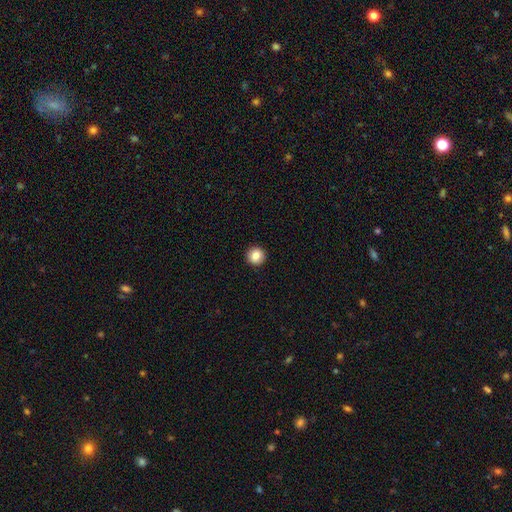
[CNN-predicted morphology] A smooth galaxy with no disk features (84%) that is round (95%).

Vote fractions:
- Smooth or featured? smooth: 84% / star or artifact: 9% / featured or disk: 6%
- How rounded? round: 95% / in between: 4% / cigar-shaped: 1%
- Merging? none: 93% / minor disturbance: 5% / major disturbance: 1% / merger: 1%